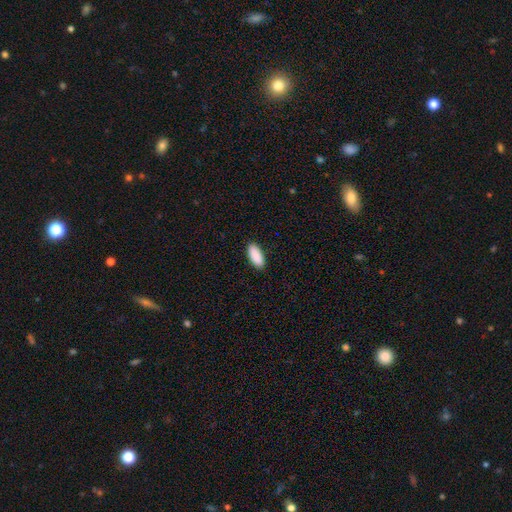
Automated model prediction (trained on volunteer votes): A smooth galaxy with no disk features (91%) that is in between round and cigar-shaped (86%).

Vote fractions:
- Smooth or featured? smooth: 91% / star or artifact: 6% / featured or disk: 3%
- How rounded? in between: 86% / cigar-shaped: 12% / round: 2%
- Merging? none: 90% / minor disturbance: 8% / major disturbance: 2% / merger: 1%